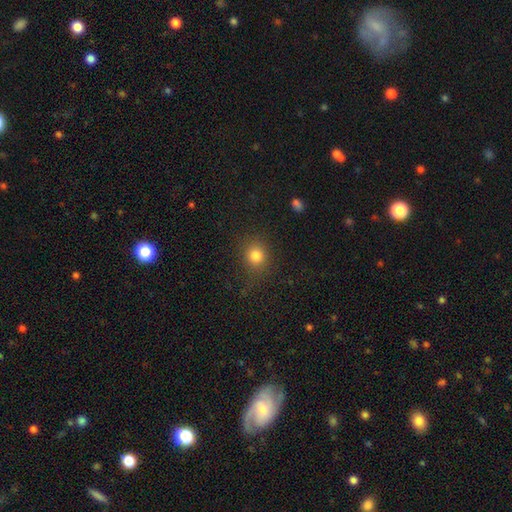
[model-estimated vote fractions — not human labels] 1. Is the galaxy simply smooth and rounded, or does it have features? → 81% smooth, 13% star or artifact, 6% featured or disk.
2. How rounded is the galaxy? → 81% round, 18% in between, 1% cigar-shaped.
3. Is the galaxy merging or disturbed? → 78% none, 13% minor disturbance, 7% major disturbance, 2% merger.